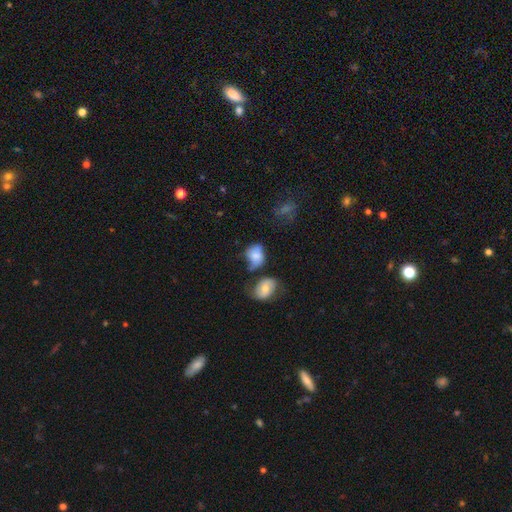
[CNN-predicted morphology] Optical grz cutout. It shows a smooth galaxy with no disk features (73%) that is in between round and cigar-shaped (54%). Merging: none (40%).